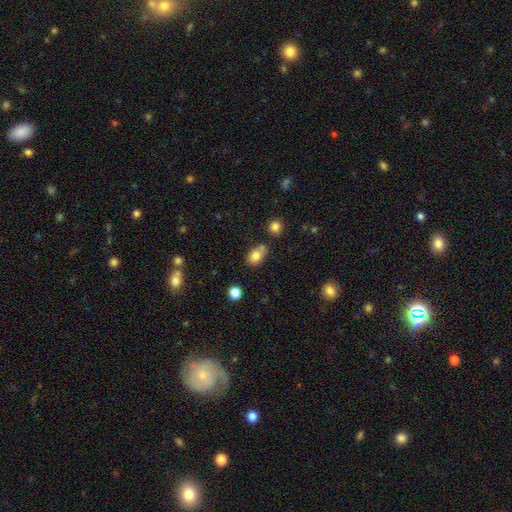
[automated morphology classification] This is clearly a smooth galaxy (80%). How rounded: likely in between (77%). Merging: possibly none (54%).